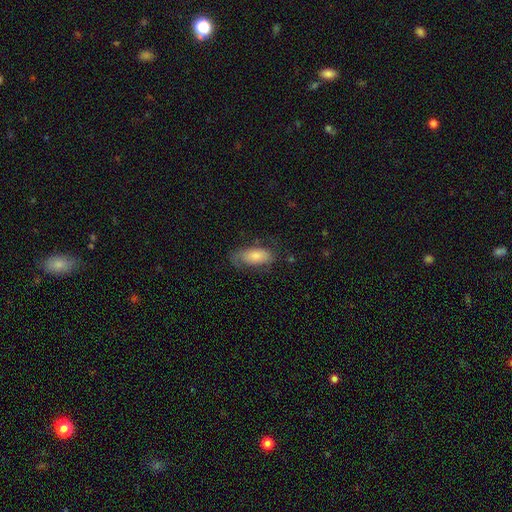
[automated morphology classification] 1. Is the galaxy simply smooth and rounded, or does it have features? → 66% smooth, 26% featured or disk, 8% star or artifact.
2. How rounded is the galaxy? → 83% in between, 14% cigar-shaped, 3% round.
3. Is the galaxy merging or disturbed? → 60% none, 25% minor disturbance, 13% major disturbance, 2% merger.